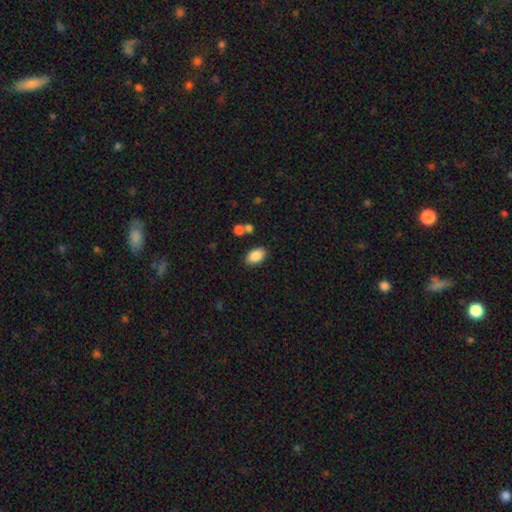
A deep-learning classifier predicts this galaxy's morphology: Smooth or featured?
  - smooth: 88% *
  - star or artifact: 7%
  - featured or disk: 4%
How rounded?
  - in between: 92% *
  - round: 7%
  - cigar-shaped: 1%
Merging?
  - none: 84% *
  - minor disturbance: 10%
  - merger: 4%
  - major disturbance: 3%